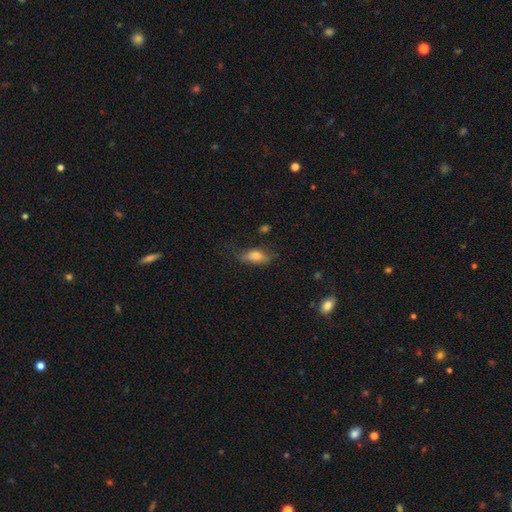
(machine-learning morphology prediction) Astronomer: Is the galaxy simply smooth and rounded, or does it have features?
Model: smooth — 63%.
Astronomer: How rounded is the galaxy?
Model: in between — 70%.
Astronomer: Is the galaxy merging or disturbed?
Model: none — 57%.